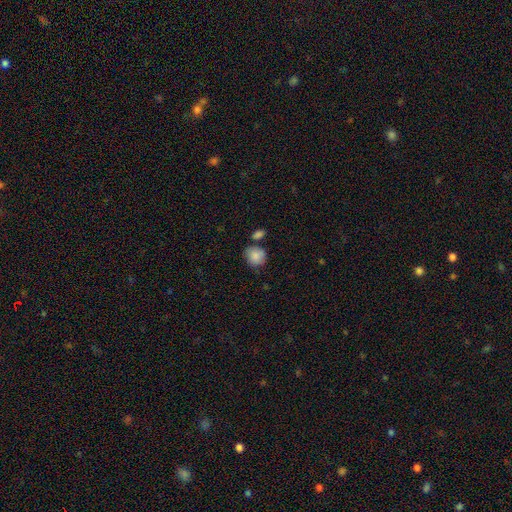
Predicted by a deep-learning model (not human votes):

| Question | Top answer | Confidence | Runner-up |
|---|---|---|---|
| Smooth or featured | smooth | 86% | star or artifact (7%) |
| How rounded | round | 78% | in between (21%) |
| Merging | none | 64% | minor disturbance (17%) |